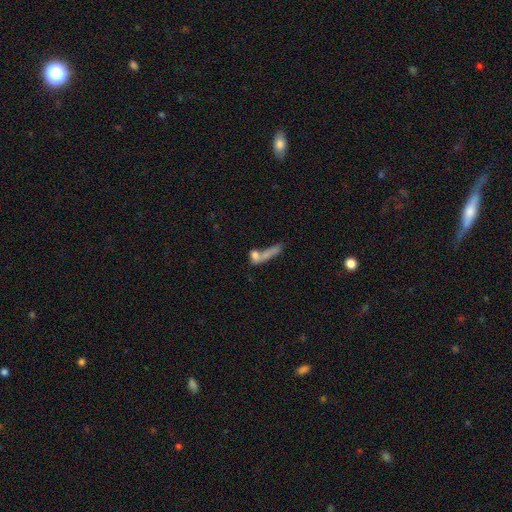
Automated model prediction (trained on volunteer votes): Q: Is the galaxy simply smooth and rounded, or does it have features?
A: smooth — 60%.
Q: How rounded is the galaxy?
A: cigar-shaped — 59%.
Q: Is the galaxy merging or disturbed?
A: merger — 37%, tied with none.